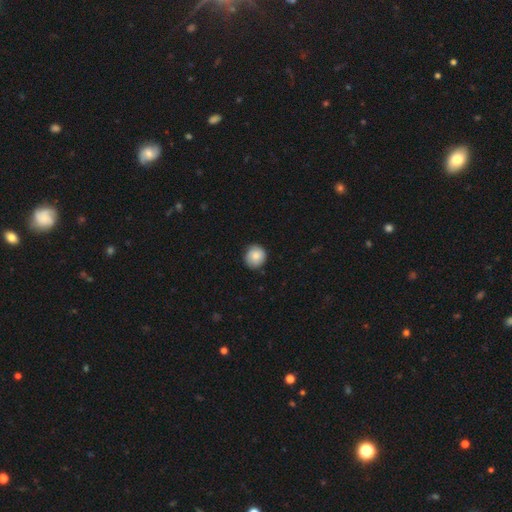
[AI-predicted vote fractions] A smooth galaxy with no disk features (84%) that is round (91%). Merging: none (86%).